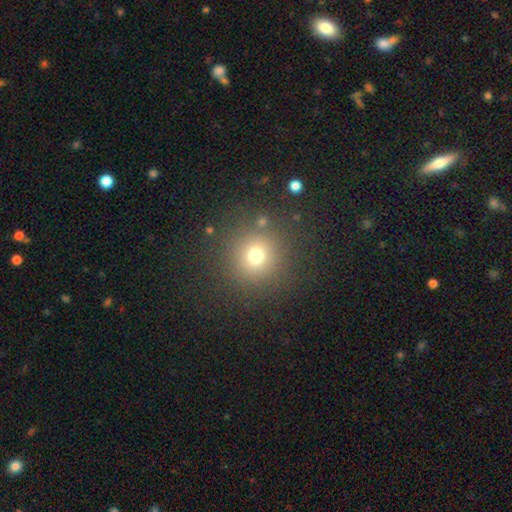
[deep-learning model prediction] Q: Smooth or featured?
A: smooth (71%); runner-up: star or artifact (20%)
Q: How rounded?
A: round (93%); runner-up: in between (6%)
Q: Merging?
A: none (86%); runner-up: minor disturbance (7%)